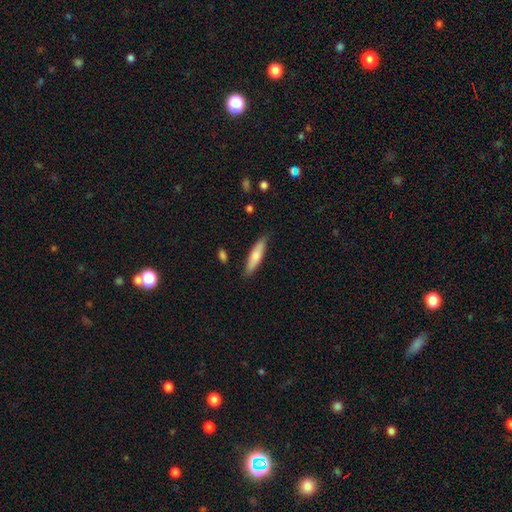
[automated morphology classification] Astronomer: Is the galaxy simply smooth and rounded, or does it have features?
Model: smooth — 70%.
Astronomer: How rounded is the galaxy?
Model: cigar-shaped — 74%.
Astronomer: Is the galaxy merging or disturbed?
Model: none — 85%.